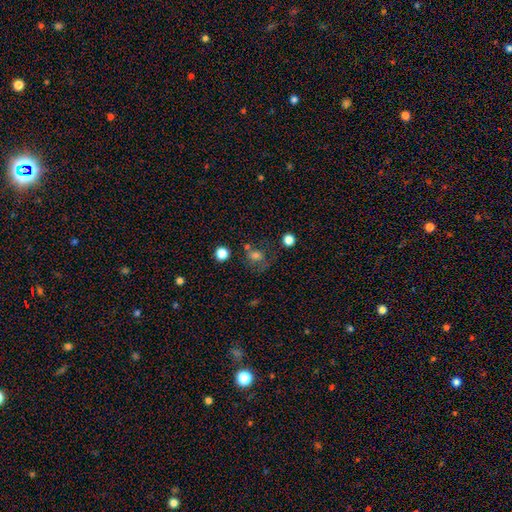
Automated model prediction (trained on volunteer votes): smooth 68%, star or artifact 17%, featured or disk 15%. Down the decision tree: how rounded — round (65%); merging — none (48%).